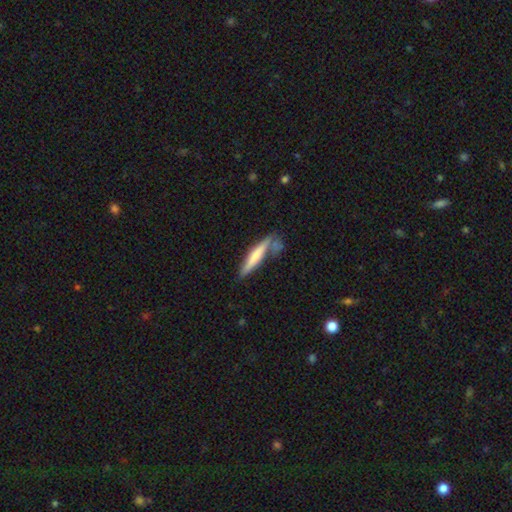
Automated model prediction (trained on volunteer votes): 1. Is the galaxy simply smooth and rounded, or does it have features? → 64% smooth, 31% featured or disk, 6% star or artifact.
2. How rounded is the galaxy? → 90% cigar-shaped, 8% in between, 2% round.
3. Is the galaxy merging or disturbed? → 66% none, 17% minor disturbance, 12% merger, 5% major disturbance.